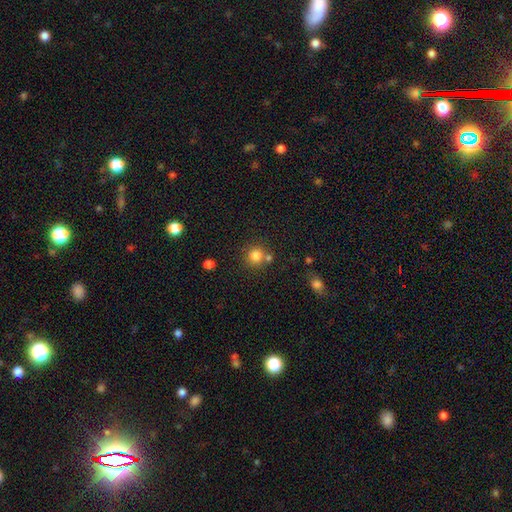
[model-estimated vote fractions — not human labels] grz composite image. It shows a smooth galaxy with no disk features (82%) that is round (91%). Merging: none (71%).